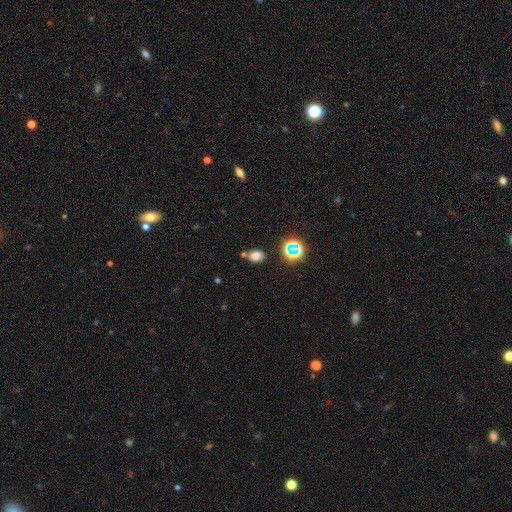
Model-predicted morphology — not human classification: Smooth or featured: smooth — 70% (star or artifact — 23%)
How rounded: in between — 64% (round — 34%)
Merging: none — 69% (minor disturbance — 15%)